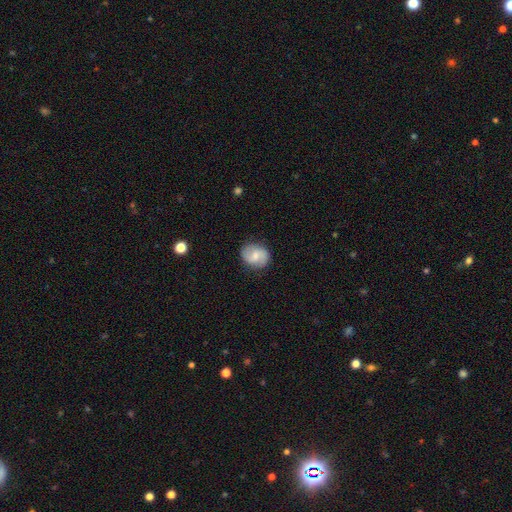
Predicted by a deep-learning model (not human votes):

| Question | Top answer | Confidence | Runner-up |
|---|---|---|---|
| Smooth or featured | featured or disk | 51% | smooth (42%) |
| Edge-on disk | no | 97% | yes (3%) |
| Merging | none | 83% | minor disturbance (13%) |